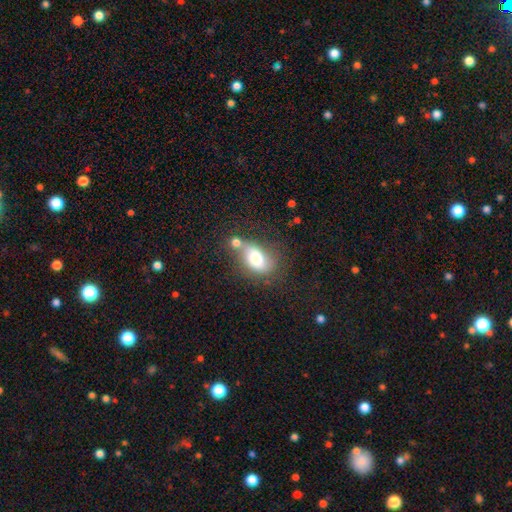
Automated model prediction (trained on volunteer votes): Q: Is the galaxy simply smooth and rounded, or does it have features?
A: smooth — 63%.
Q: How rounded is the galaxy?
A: in between — 80%.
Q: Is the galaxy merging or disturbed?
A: none — 39%.